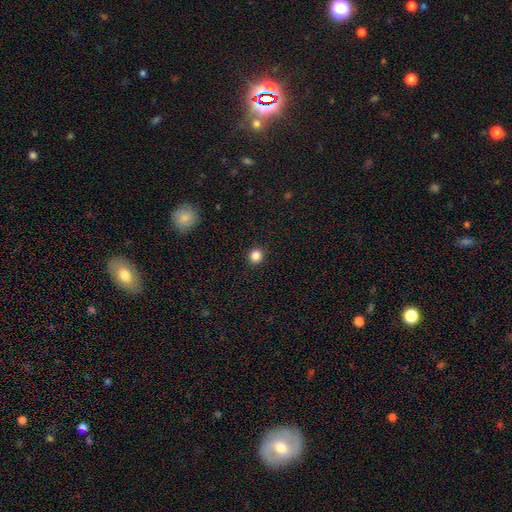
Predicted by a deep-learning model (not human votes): A smooth galaxy with no disk features (86%) that is round (89%).

Vote fractions:
- Smooth or featured? smooth: 86% / star or artifact: 11% / featured or disk: 3%
- How rounded? round: 89% / in between: 10% / cigar-shaped: 1%
- Merging? none: 92% / minor disturbance: 5% / major disturbance: 2% / merger: 1%